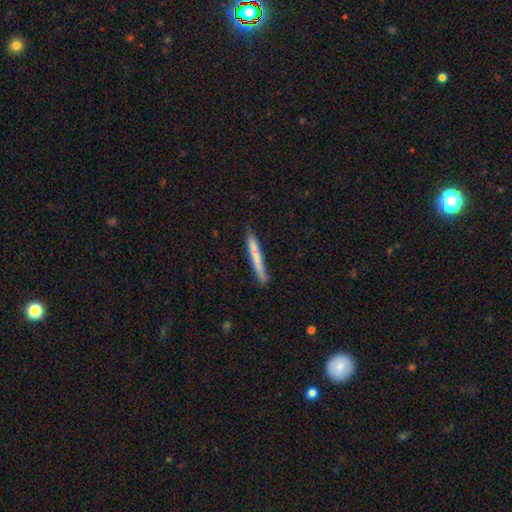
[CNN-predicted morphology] Q: Smooth or featured?
A: smooth (70%); runner-up: featured or disk (24%)
Q: How rounded?
A: cigar-shaped (97%); runner-up: in between (2%)
Q: Merging?
A: none (84%); runner-up: minor disturbance (13%)